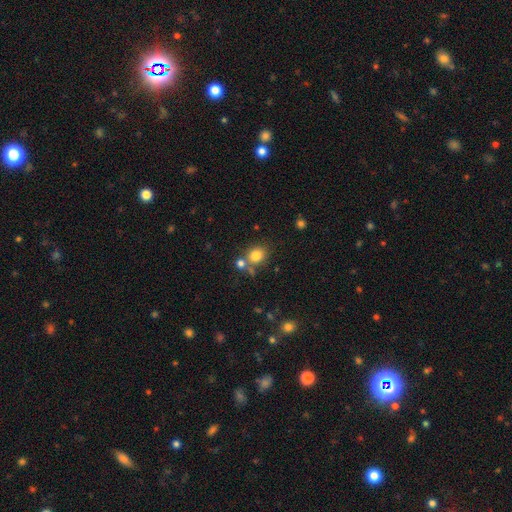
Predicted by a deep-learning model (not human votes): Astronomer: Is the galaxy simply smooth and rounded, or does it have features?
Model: smooth — 80%.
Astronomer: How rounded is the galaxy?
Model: round — 67%.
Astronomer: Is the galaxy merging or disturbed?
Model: none — 60%.